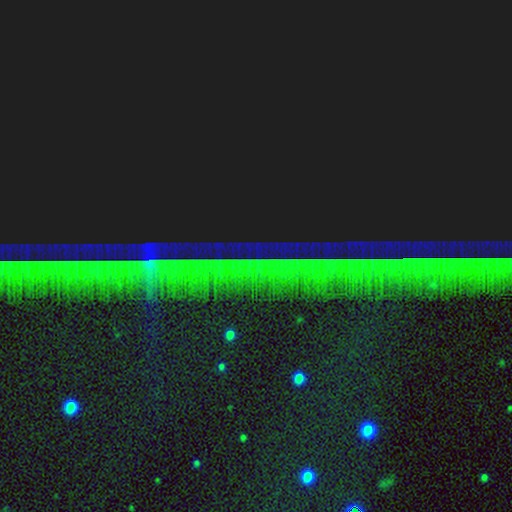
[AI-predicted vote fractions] star or artifact 88%, featured or disk 7%, smooth 6%.